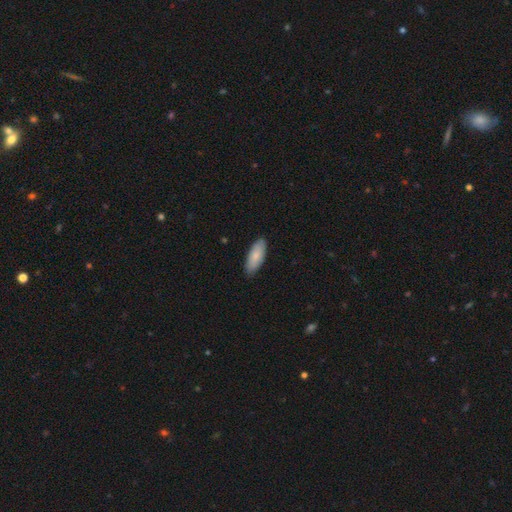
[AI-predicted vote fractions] Q: Smooth or featured?
A: smooth (84%); runner-up: featured or disk (11%)
Q: How rounded?
A: in between (80%); runner-up: cigar-shaped (18%)
Q: Merging?
A: none (86%); runner-up: minor disturbance (11%)